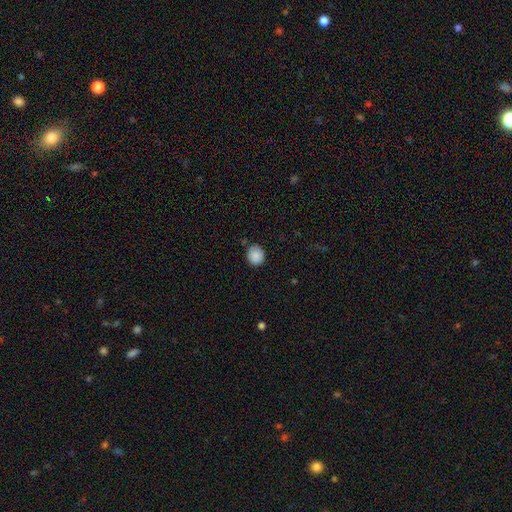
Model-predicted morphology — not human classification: A smooth galaxy with no disk features (87%) that is round (84%).

Vote fractions:
- Smooth or featured? smooth: 87% / star or artifact: 8% / featured or disk: 4%
- How rounded? round: 84% / in between: 15% / cigar-shaped: 1%
- Merging? none: 78% / minor disturbance: 16% / major disturbance: 3% / merger: 3%